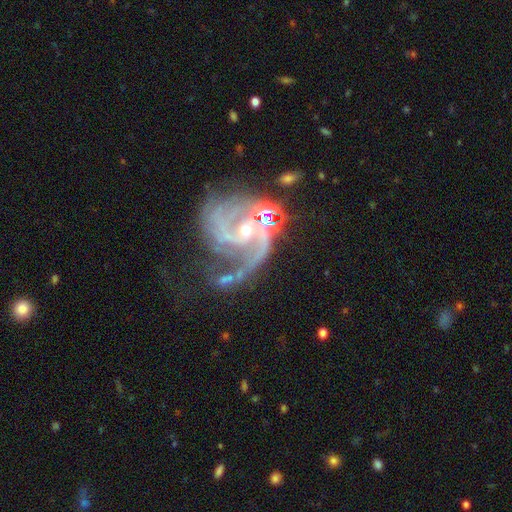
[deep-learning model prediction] This is clearly a featured or disk galaxy (87%). It is clearly not viewed edge-on (98%). Bar: possibly no (48%). Spiral arm pattern: clearly yes (97%). Spiral arm count: likely 2 (60%). Spiral winding: possibly medium (52%). Central bulge: likely small (61%). Merging: marginally none (36%).